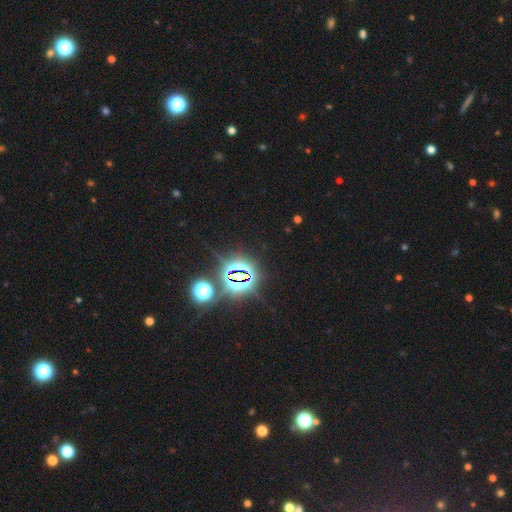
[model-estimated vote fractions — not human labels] Q: Smooth or featured?
A: star or artifact (83%); runner-up: smooth (10%)